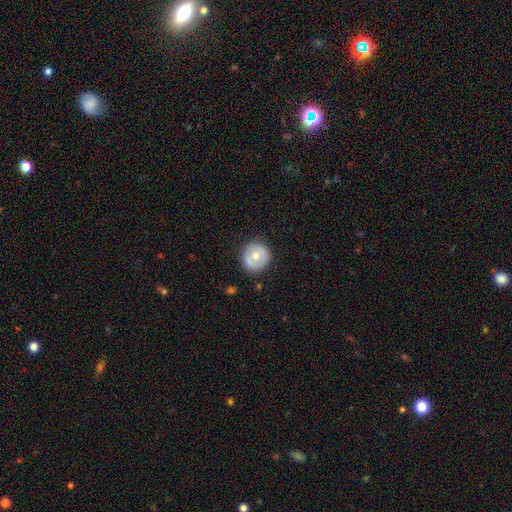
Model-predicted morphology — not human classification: This is likely a smooth galaxy (64%). How rounded: clearly round (94%). Merging: clearly none (85%).